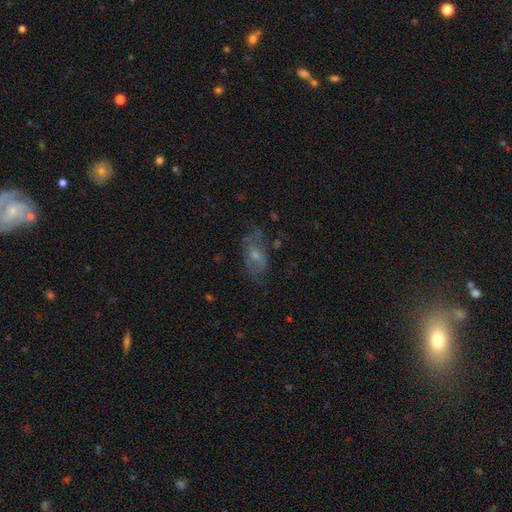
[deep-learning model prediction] A featured or disk galaxy (50%). Merging: none (54%).